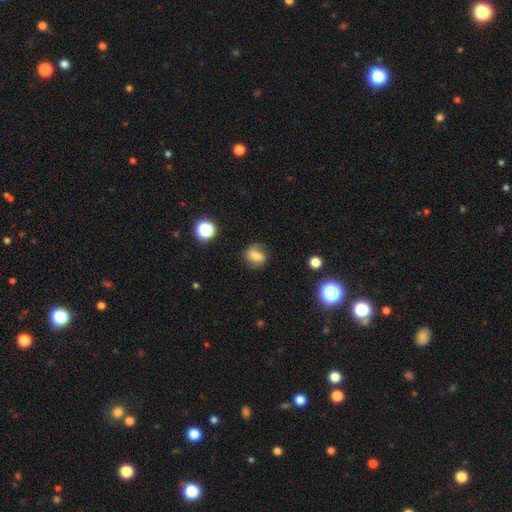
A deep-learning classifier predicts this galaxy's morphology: Overall: smooth (60%; featured or disk 28%). How rounded: in between (51%; round 46%). Merging: none (73%).